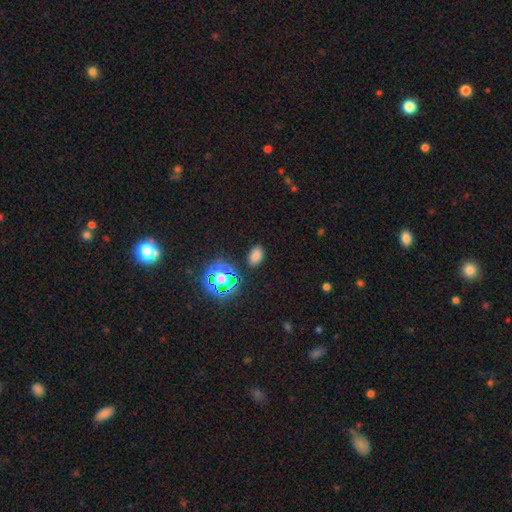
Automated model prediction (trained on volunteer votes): Smooth or featured? Predicted: smooth (p=0.72). How rounded? Predicted: in between (p=0.85). Merging? Predicted: none (p=0.85).